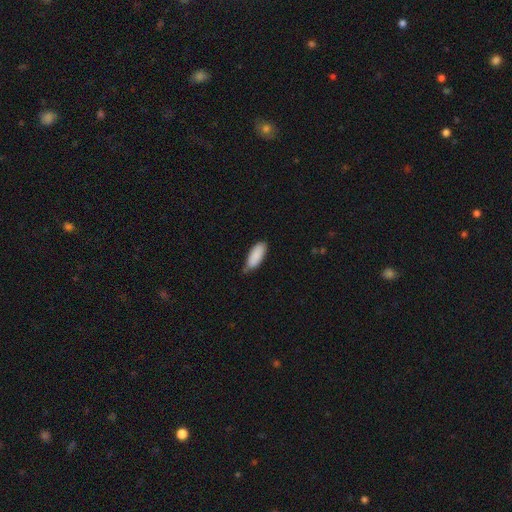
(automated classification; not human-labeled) Smooth or featured? Predicted: smooth (p=0.89). How rounded? Predicted: in between (p=0.79). Merging? Predicted: none (p=0.60).